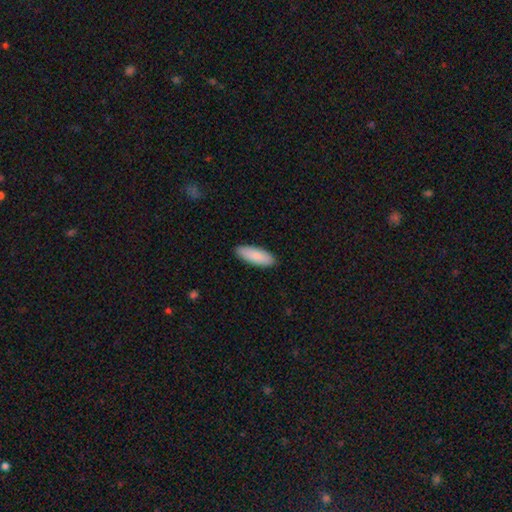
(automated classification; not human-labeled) A smooth galaxy with no disk features (88%) that is in between round and cigar-shaped (69%). Merging: none (89%).